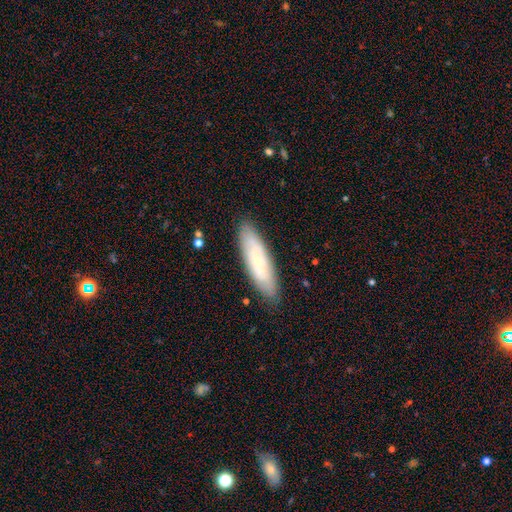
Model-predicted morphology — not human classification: This is likely a smooth galaxy (62%). How rounded: likely cigar-shaped (66%). Merging: clearly none (87%).